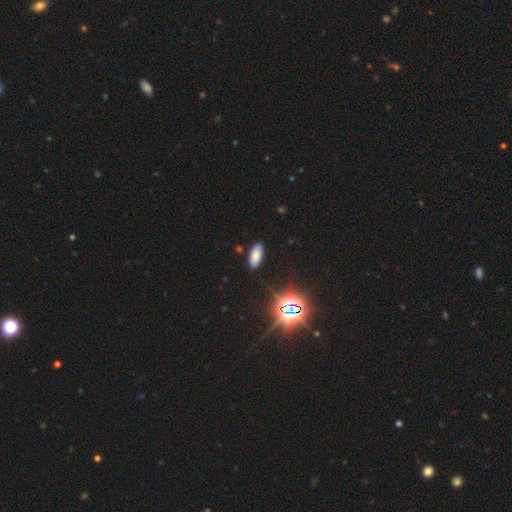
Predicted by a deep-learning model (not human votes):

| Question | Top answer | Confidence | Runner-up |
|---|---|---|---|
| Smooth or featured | smooth | 75% | star or artifact (18%) |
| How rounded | in between | 84% | cigar-shaped (14%) |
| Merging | none | 87% | minor disturbance (9%) |